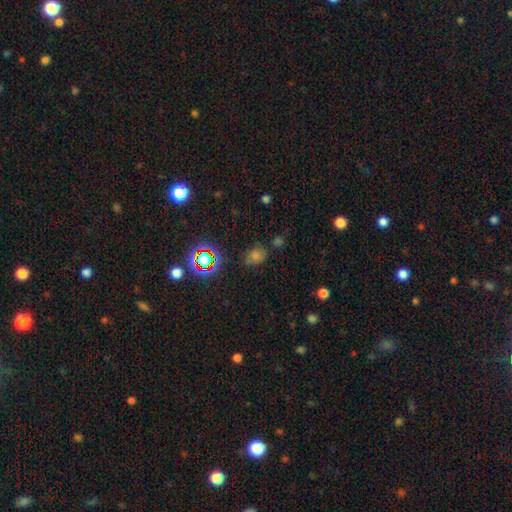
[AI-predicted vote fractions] Smooth or featured? Predicted: smooth (p=0.51). How rounded? Predicted: in between (p=0.62). Merging? Predicted: none (p=0.71).